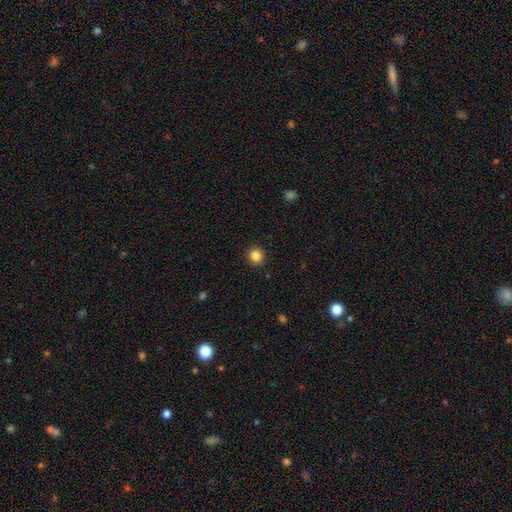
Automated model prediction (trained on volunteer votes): smooth-or-featured: smooth: 85% | star or artifact: 11% | featured or disk: 4%
  how-rounded: round: 93% | in between: 6% | cigar-shaped: 1%
  merging: none: 92% | minor disturbance: 5% | major disturbance: 2% | merger: 1%